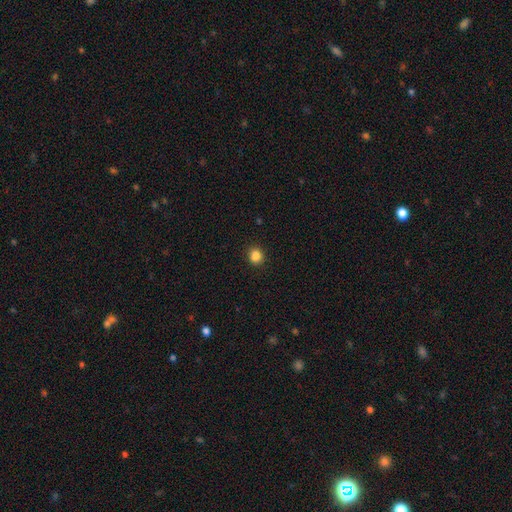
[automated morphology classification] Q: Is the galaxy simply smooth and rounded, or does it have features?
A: smooth — 85%.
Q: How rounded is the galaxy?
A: round — 82%.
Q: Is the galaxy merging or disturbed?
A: none — 91%.